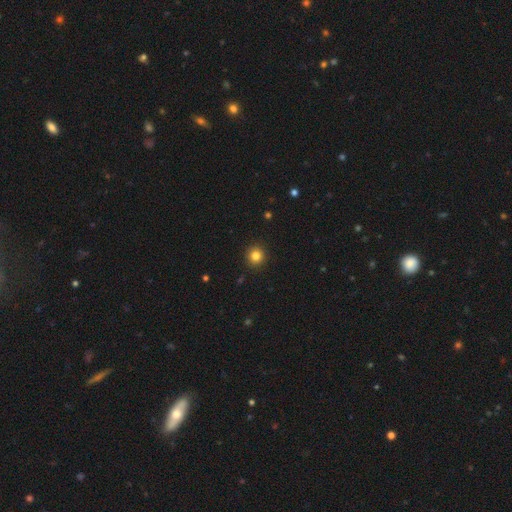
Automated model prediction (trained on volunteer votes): Smooth or featured: smooth — 82% (star or artifact — 13%)
How rounded: round — 94% (in between — 5%)
Merging: none — 93% (minor disturbance — 5%)